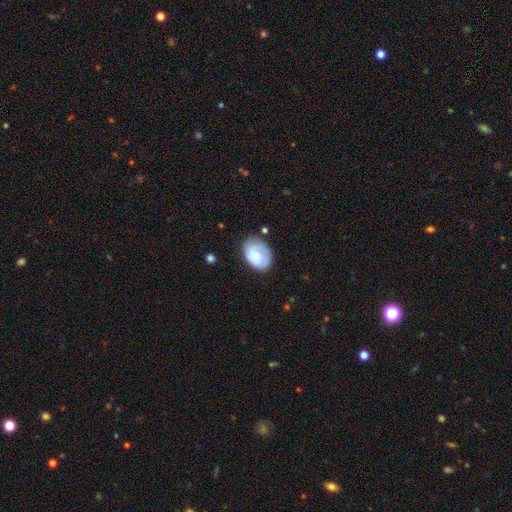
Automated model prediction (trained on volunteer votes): smooth_or_featured: smooth (p=0.63) [alt: featured or disk p=0.30]
how_rounded: in between (p=0.78) [alt: round p=0.21]
merging: none (p=0.66) [alt: minor disturbance p=0.25]